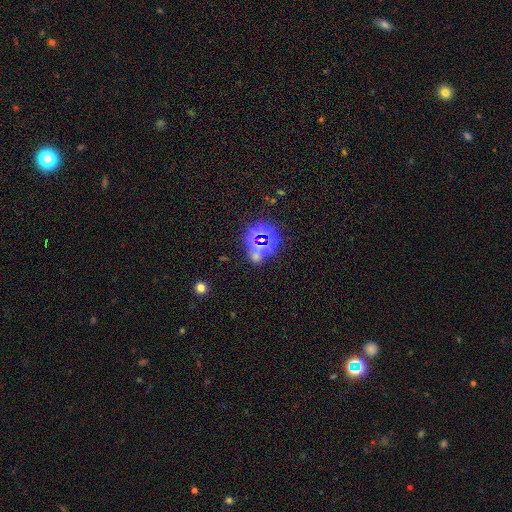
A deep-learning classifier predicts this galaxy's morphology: Smooth or featured? Predicted: star or artifact (p=0.71).